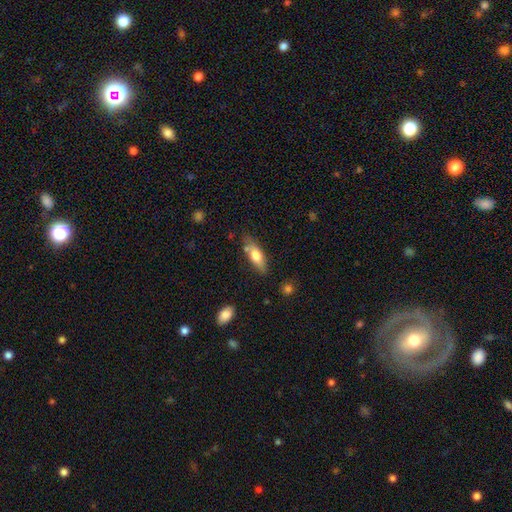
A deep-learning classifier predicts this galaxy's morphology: smooth_or_featured: smooth (p=0.67) [alt: featured or disk p=0.27]
how_rounded: in between (p=0.62) [alt: cigar-shaped p=0.35]
merging: none (p=0.68) [alt: minor disturbance p=0.21]